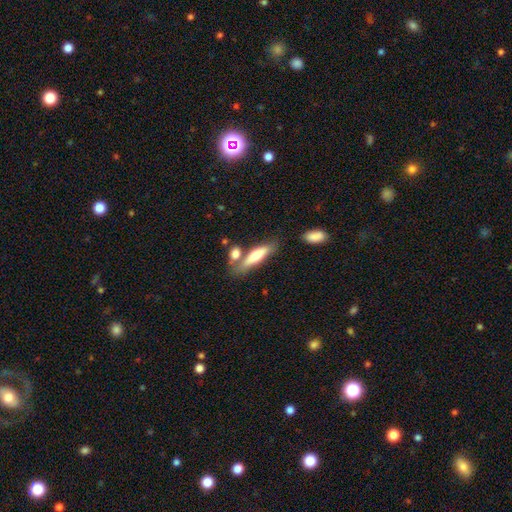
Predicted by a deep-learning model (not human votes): Morphology: type=smooth (66%); roundness=cigar-shaped (66%); merging=none (56%).